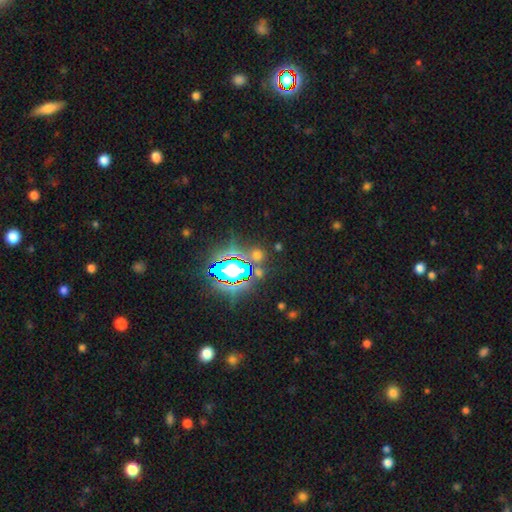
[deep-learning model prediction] Morphology: type=star or artifact (65%).